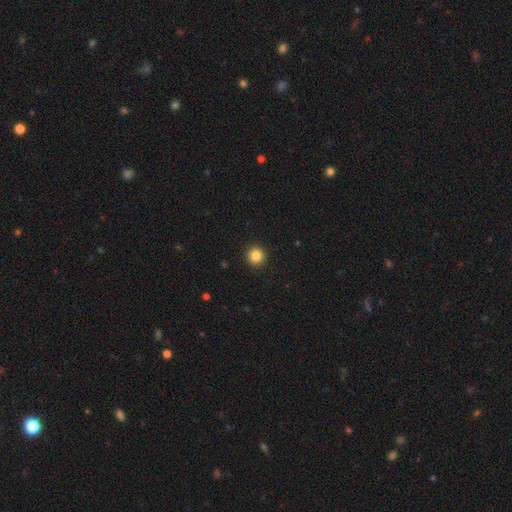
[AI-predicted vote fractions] Smooth or featured? smooth (85%)
How rounded? round (96%)
Merging? none (93%)